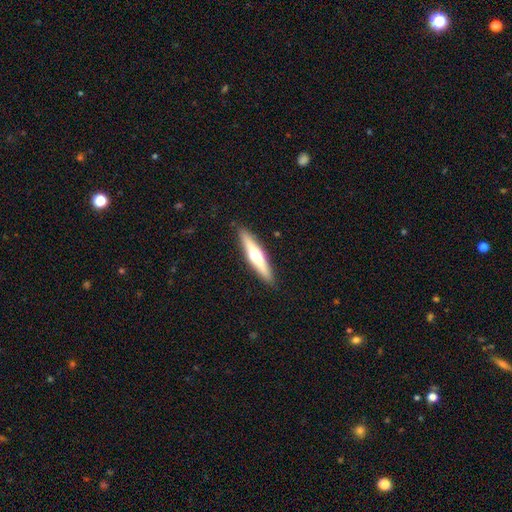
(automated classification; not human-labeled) A featured or disk galaxy (61%) viewed edge-on (96%) with a rounded central bulge (93%). Merging: none (90%).